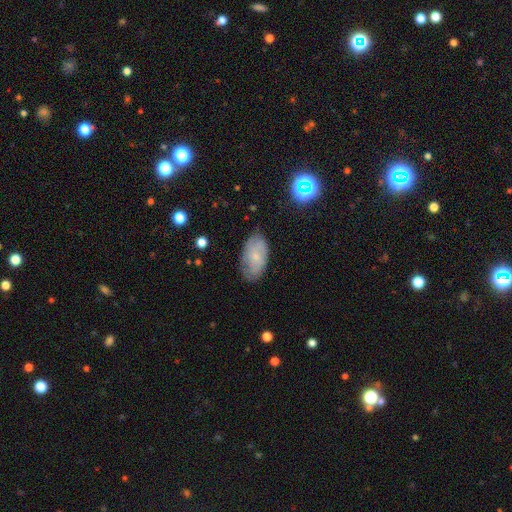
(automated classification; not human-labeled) smooth_or_featured: smooth (p=0.46) [alt: featured or disk p=0.45]
merging: none (p=0.74) [alt: minor disturbance p=0.20]